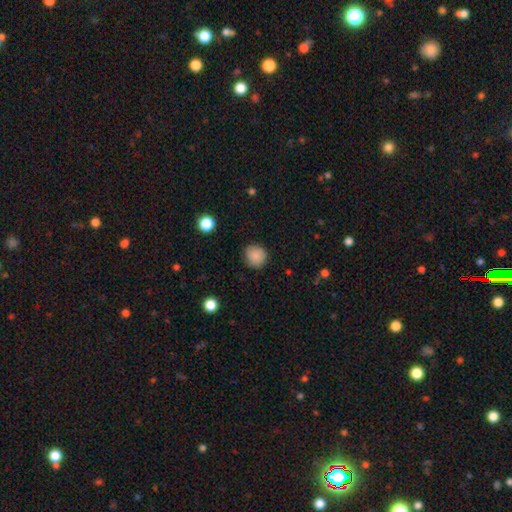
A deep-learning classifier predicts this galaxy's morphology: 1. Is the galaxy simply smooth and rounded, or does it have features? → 88% smooth, 9% star or artifact, 3% featured or disk.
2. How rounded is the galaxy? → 91% round, 8% in between, 1% cigar-shaped.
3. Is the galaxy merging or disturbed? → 87% none, 9% minor disturbance, 2% major disturbance, 1% merger.